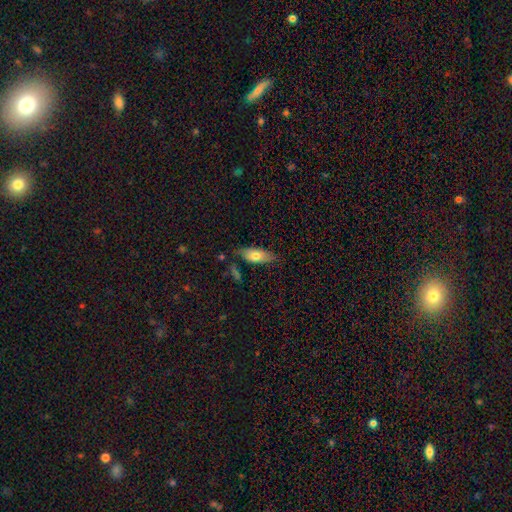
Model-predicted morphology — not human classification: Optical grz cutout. It shows a smooth galaxy with no disk features (68%) that is in between round and cigar-shaped (79%). Merging: none (71%).